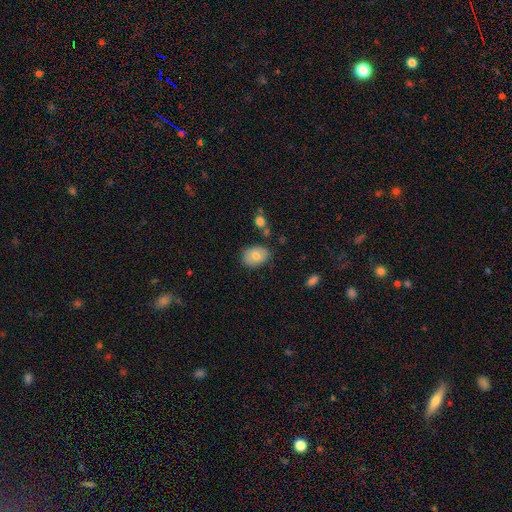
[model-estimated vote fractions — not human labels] Morphology: type=smooth (75%); roundness=in between (69%); merging=none (78%).